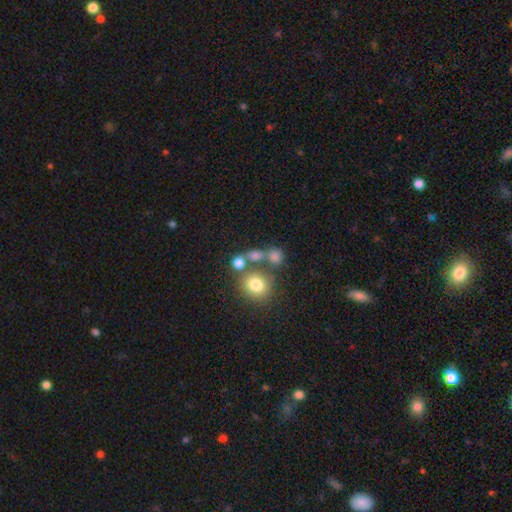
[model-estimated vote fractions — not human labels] Morphology: type=smooth (67%); roundness=round (68%); merging=none (51%).